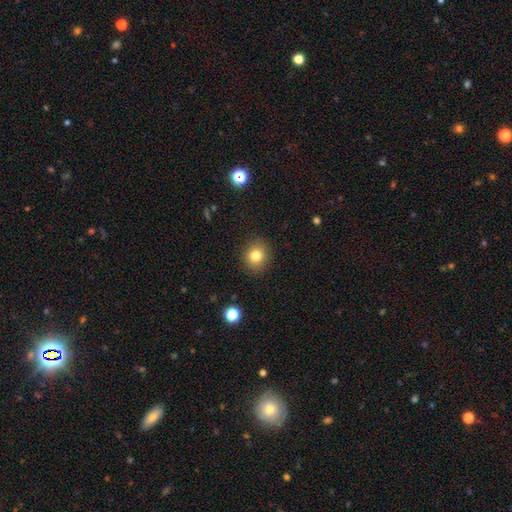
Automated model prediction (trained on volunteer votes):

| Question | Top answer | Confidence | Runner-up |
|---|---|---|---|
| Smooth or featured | smooth | 80% | star or artifact (12%) |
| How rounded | round | 80% | in between (19%) |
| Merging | none | 89% | minor disturbance (8%) |